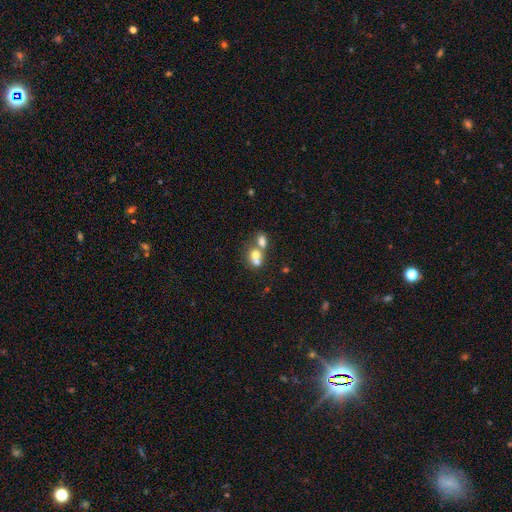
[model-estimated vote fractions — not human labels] Overall: smooth (68%). How rounded: round (54%; in between 44%). Merging: merger (68%).